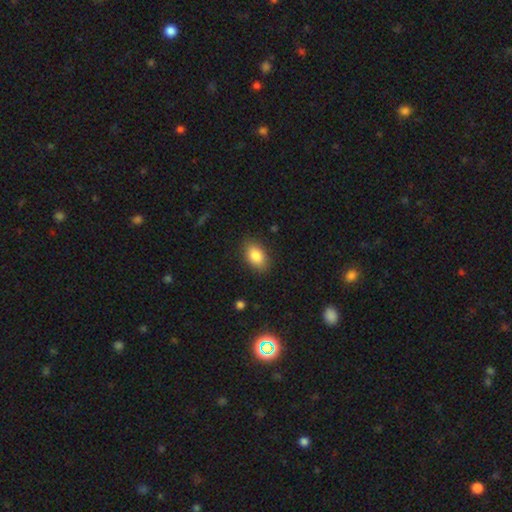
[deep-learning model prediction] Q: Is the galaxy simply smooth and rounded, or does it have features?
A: smooth — 85%.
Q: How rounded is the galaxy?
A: in between — 89%.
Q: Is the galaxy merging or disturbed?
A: none — 86%.